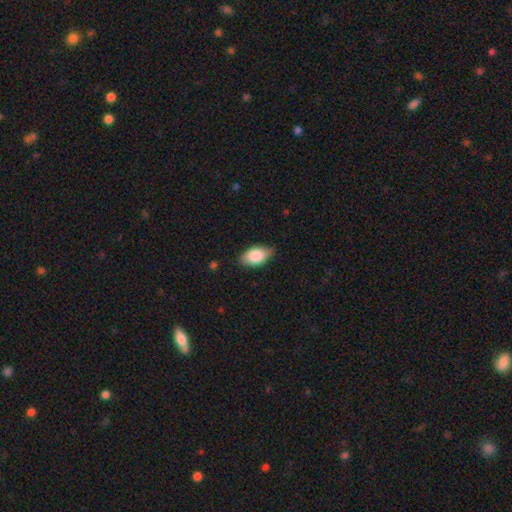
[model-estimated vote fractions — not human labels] The model was most divided on "merging": none: 78%, minor disturbance: 18%, major disturbance: 3%, merger: 1%. More confident: how rounded — in between (93%); smooth or featured — smooth (85%).